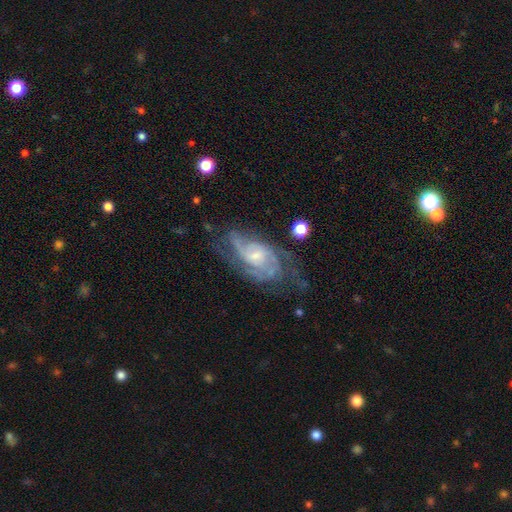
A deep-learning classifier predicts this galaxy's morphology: Overall: featured or disk (85%). Edge-on disk: no (96%). Bar: no (51%; weak 41%). Spiral arms: yes (94%). Spiral arm count: 2 (34%; can't tell 31%). Spiral winding: tight (46%; medium 42%). Bulge size: small (58%; moderate 32%). Merging: none (55%; minor disturbance 23%).